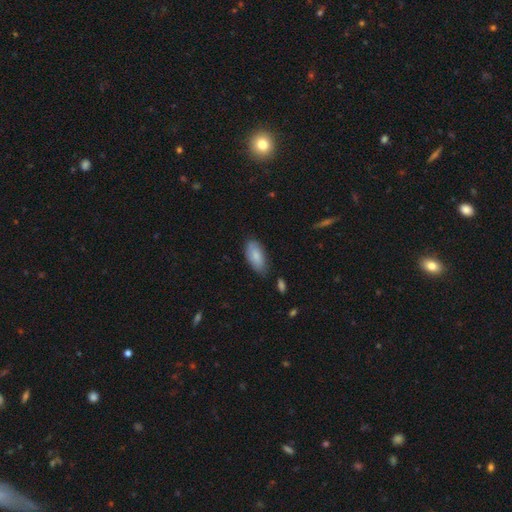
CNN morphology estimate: Overall: smooth (85%). How rounded: in between (89%). Merging: none (70%).